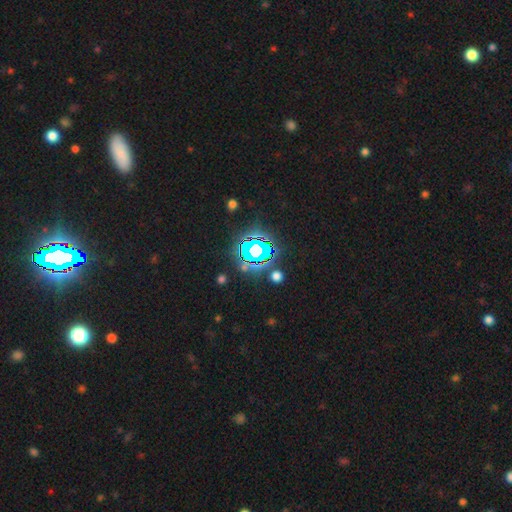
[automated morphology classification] Smooth or featured: star or artifact — 70% (smooth — 19%)